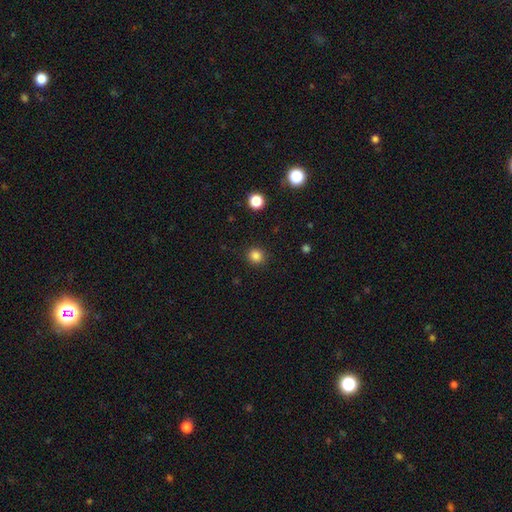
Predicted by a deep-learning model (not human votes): This is clearly a smooth galaxy (84%). How rounded: clearly round (92%). Merging: clearly none (91%).